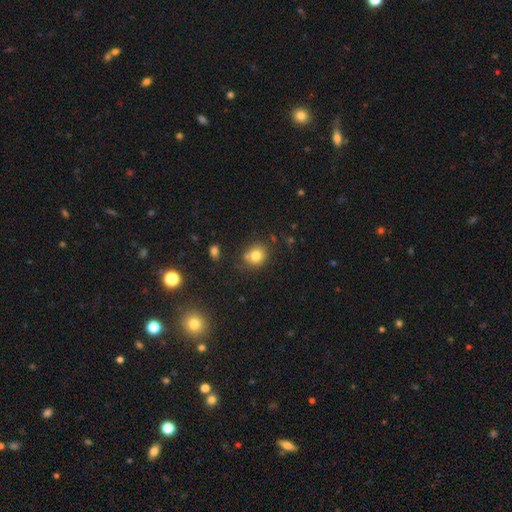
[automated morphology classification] Smooth or featured? Predicted: smooth (p=0.79). How rounded? Predicted: round (p=0.76). Merging? Predicted: none (p=0.71).